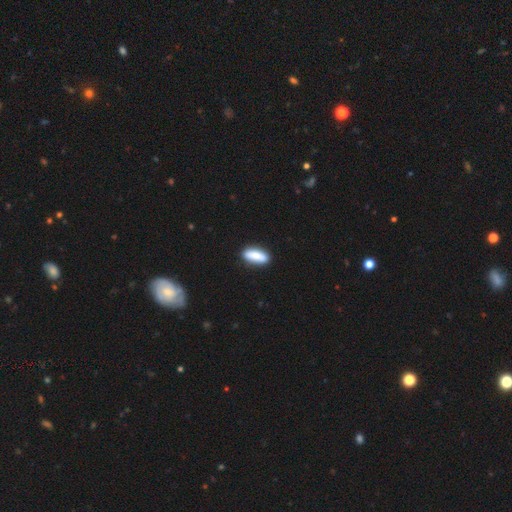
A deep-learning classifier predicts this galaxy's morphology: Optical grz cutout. It shows a smooth galaxy with no disk features (83%) that is in between round and cigar-shaped (64%). Merging: none (86%).